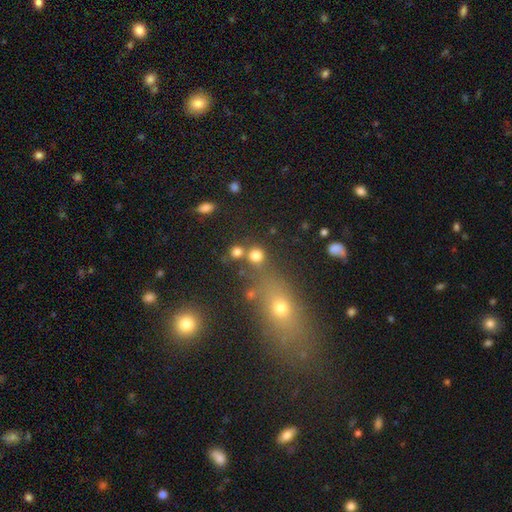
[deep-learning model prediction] smooth_or_featured: smooth (p=0.77) [alt: star or artifact p=0.16]
how_rounded: round (p=0.87) [alt: in between p=0.11]
merging: none (p=0.63) [alt: merger p=0.23]